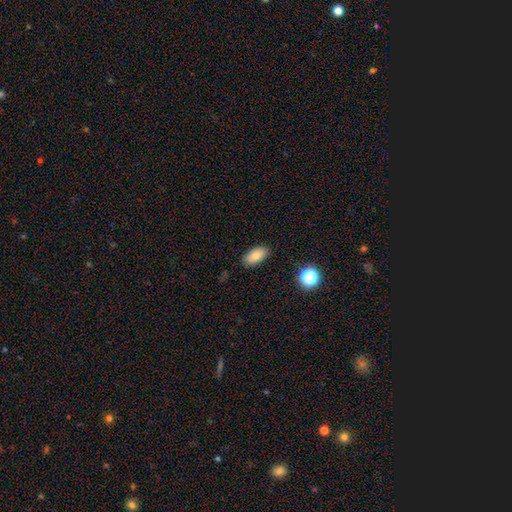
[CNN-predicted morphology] The model was most divided on "smooth or featured": smooth: 80%, featured or disk: 11%, star or artifact: 9%. More confident: how rounded — in between (92%); merging — none (87%).